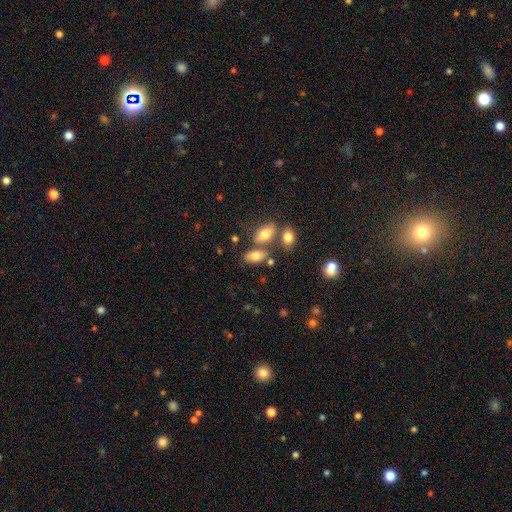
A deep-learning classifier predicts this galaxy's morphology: This appears to be a smooth galaxy with no disk features (76%) that is in between round and cigar-shaped (90%). Merging: none (58%).